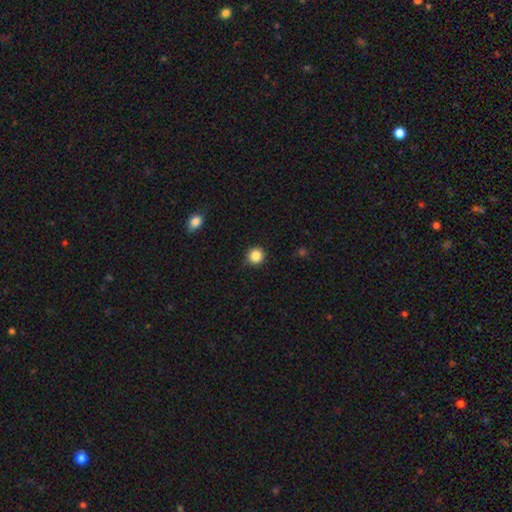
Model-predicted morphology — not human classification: type=smooth (86%); roundness=round (95%); merging=none (87%).